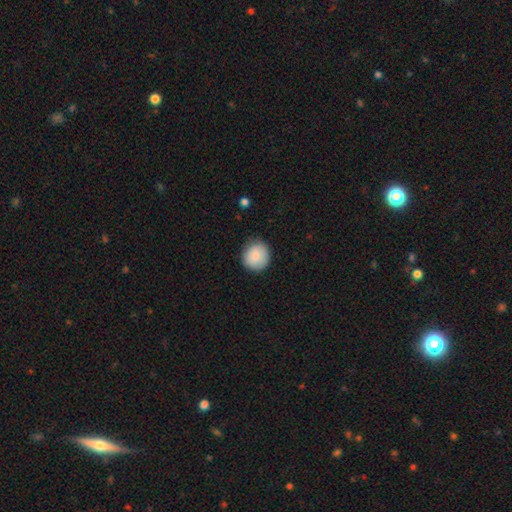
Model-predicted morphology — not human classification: A smooth galaxy with no disk features (87%) that is round (86%). Merging: none (83%).